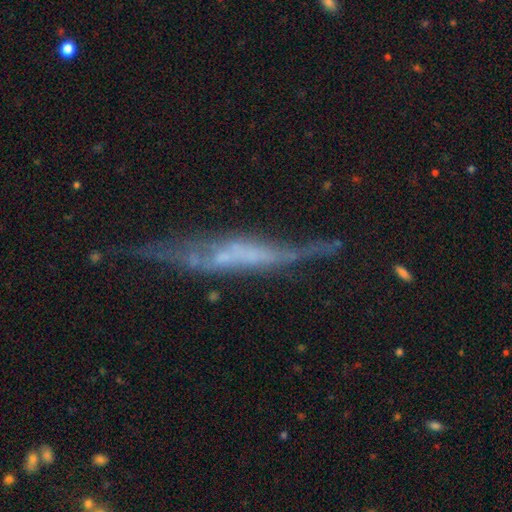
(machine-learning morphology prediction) The model was most divided on "merging": none: 45%, minor disturbance: 23%, major disturbance: 23%, merger: 10%. More confident: edge-on disk — yes (65%); smooth or featured — featured or disk (56%).